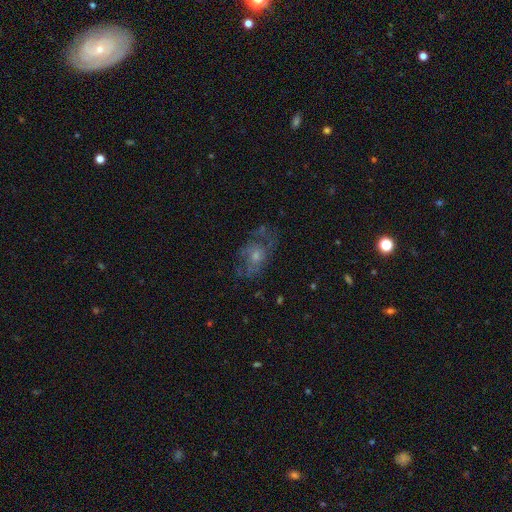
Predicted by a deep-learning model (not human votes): Smooth or featured? featured or disk (58%)
Edge-on disk? no (94%)
Bar? no (81%)
Spiral arms? yes (58%)
Bulge size? moderate (46%)
Merging? none (57%)